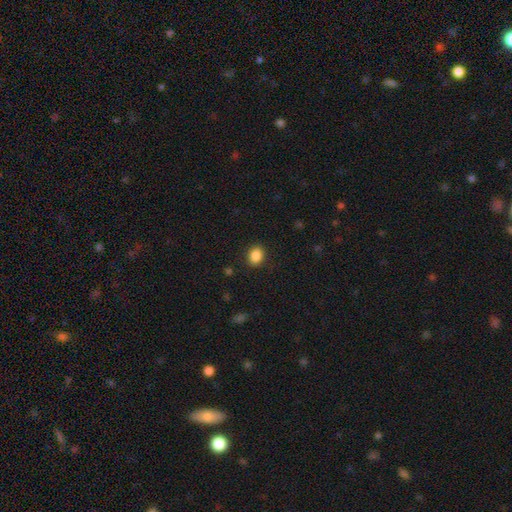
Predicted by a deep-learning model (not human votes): A smooth galaxy with no disk features (87%) that is in between round and cigar-shaped (51%).

Vote fractions:
- Smooth or featured? smooth: 87% / star or artifact: 9% / featured or disk: 3%
- How rounded? in between: 51% / round: 48% / cigar-shaped: 1%
- Merging? none: 88% / minor disturbance: 8% / major disturbance: 3% / merger: 1%